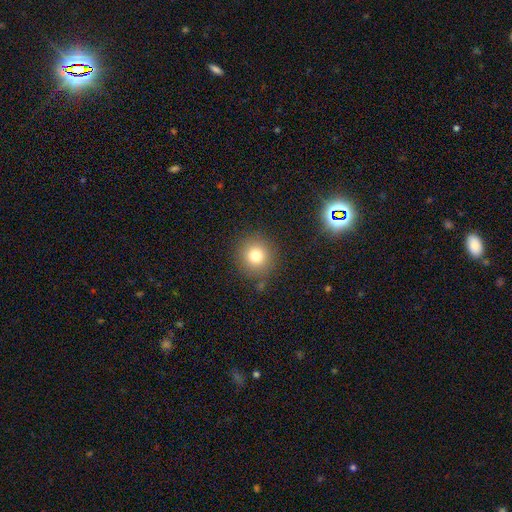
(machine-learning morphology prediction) Q: Smooth or featured?
A: smooth (78%); runner-up: star or artifact (13%)
Q: How rounded?
A: round (92%); runner-up: in between (7%)
Q: Merging?
A: none (85%); runner-up: minor disturbance (9%)